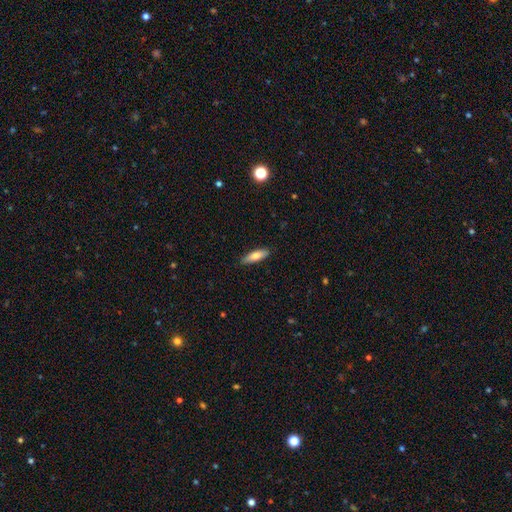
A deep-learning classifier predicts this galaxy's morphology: Smooth or featured? smooth (75%)
How rounded? cigar-shaped (54%)
Merging? none (88%)